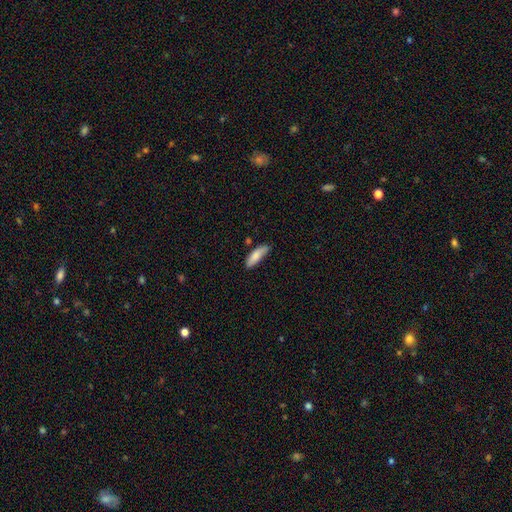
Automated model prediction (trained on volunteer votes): smooth-or-featured: smooth: 83% | featured or disk: 11% | star or artifact: 6%
  how-rounded: in between: 50% | cigar-shaped: 48% | round: 2%
  merging: none: 69% | minor disturbance: 23% | major disturbance: 4% | merger: 4%